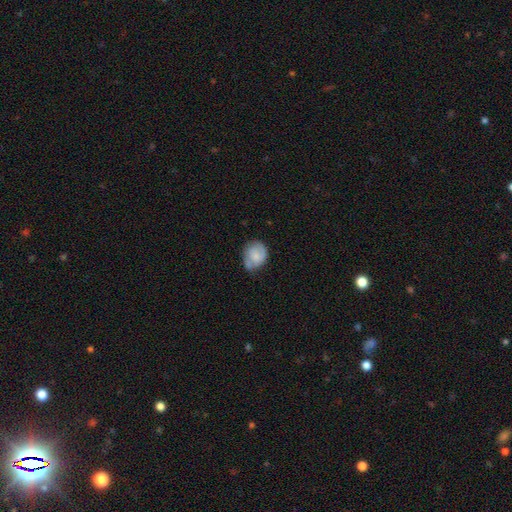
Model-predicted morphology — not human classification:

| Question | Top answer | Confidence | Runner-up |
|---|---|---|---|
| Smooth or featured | smooth | 53% | featured or disk (40%) |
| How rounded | round | 55% | in between (44%) |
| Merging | none | 50% | minor disturbance (34%) |